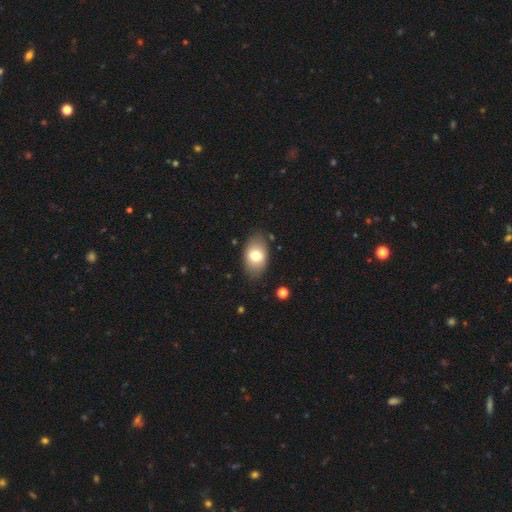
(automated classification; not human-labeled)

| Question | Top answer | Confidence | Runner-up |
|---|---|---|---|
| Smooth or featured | smooth | 74% | featured or disk (19%) |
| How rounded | in between | 88% | round (10%) |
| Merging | none | 81% | minor disturbance (14%) |